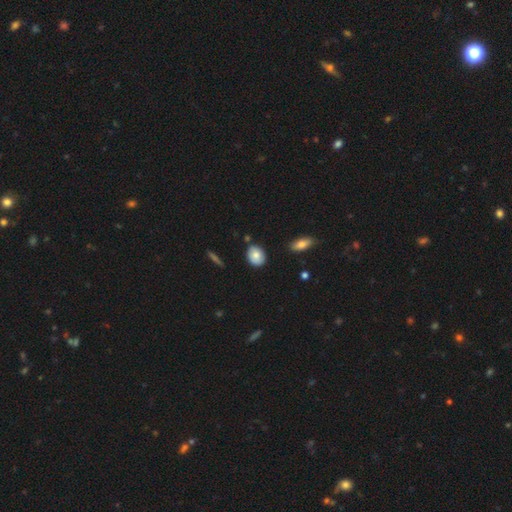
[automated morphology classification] type=smooth (81%); roundness=in between (55%); merging=none (82%).